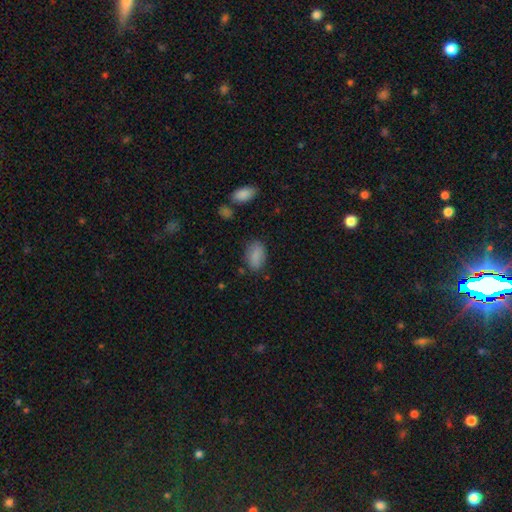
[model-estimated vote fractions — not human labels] Morphology: type=smooth (85%); roundness=in between (91%); merging=none (76%).